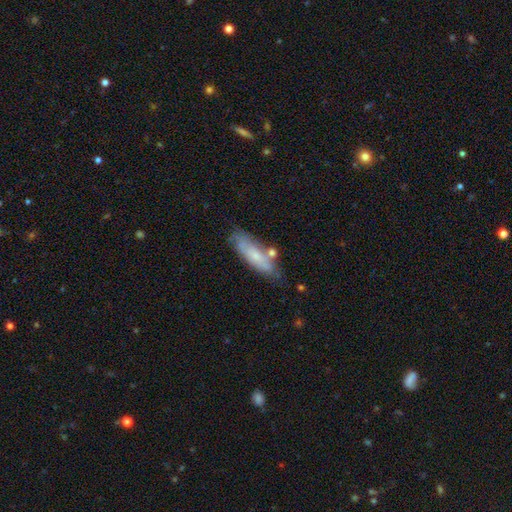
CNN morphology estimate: A smooth galaxy with no disk features (56%) that is cigar-shaped (55%). Merging: none (62%).